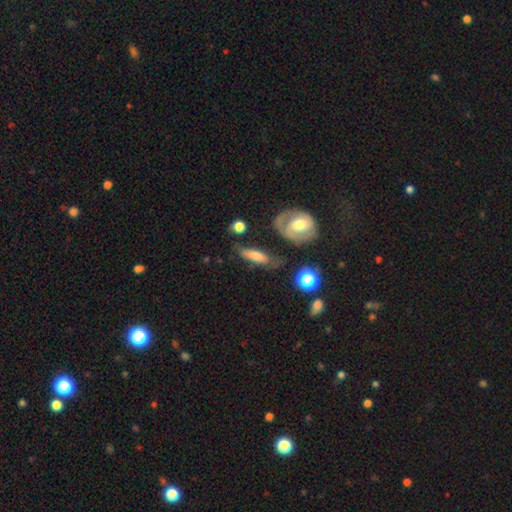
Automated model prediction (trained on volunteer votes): Smooth or featured?
  - smooth: 54% *
  - featured or disk: 38%
  - star or artifact: 8%
How rounded?
  - in between: 52% *
  - cigar-shaped: 42%
  - round: 6%
Merging?
  - none: 56% *
  - minor disturbance: 24%
  - major disturbance: 12%
  - merger: 7%